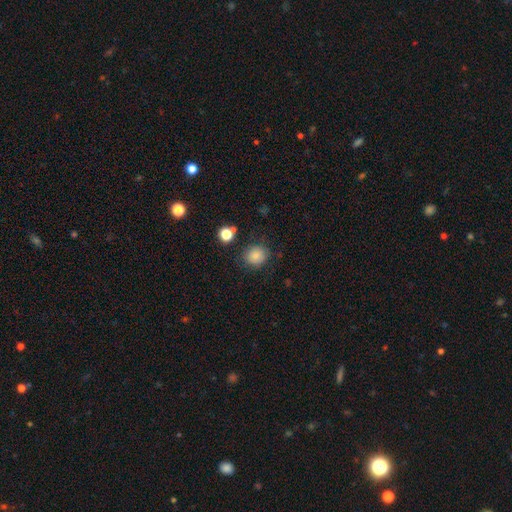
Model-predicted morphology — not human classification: Smooth or featured? smooth (83%)
How rounded? round (81%)
Merging? none (81%)